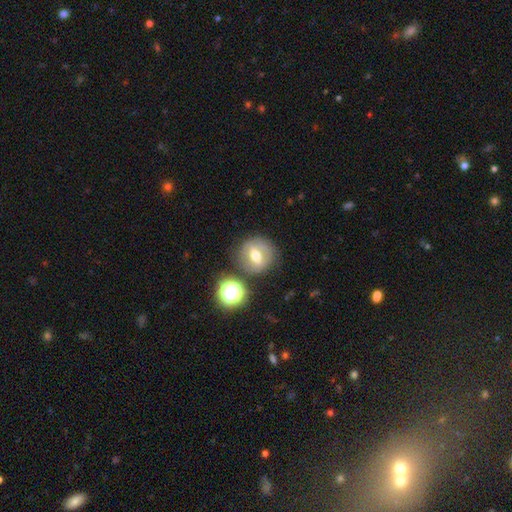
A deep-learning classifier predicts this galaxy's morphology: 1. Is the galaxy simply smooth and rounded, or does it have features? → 49% smooth, 39% featured or disk, 13% star or artifact.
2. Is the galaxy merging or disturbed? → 75% none, 12% minor disturbance, 7% merger, 5% major disturbance.